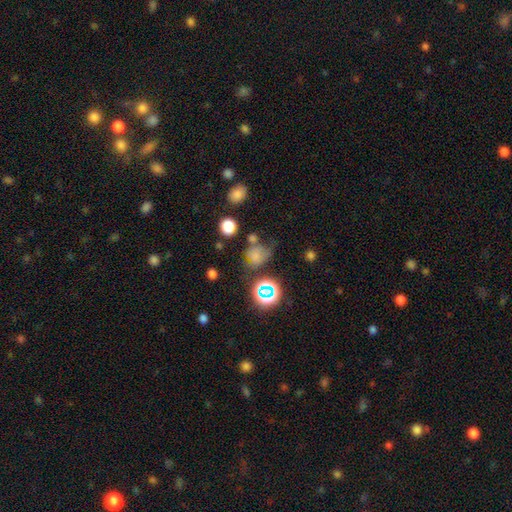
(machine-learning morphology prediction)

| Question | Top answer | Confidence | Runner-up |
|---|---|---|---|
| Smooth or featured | smooth | 61% | star or artifact (26%) |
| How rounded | round | 58% | in between (40%) |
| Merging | none | 42% | minor disturbance (26%) |